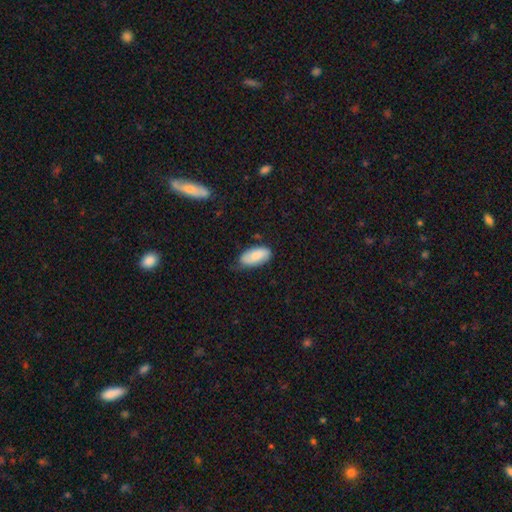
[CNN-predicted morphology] Smooth or featured?
  - smooth: 76% *
  - featured or disk: 18%
  - star or artifact: 6%
How rounded?
  - in between: 91% *
  - cigar-shaped: 6%
  - round: 2%
Merging?
  - none: 61% *
  - minor disturbance: 32%
  - major disturbance: 6%
  - merger: 2%